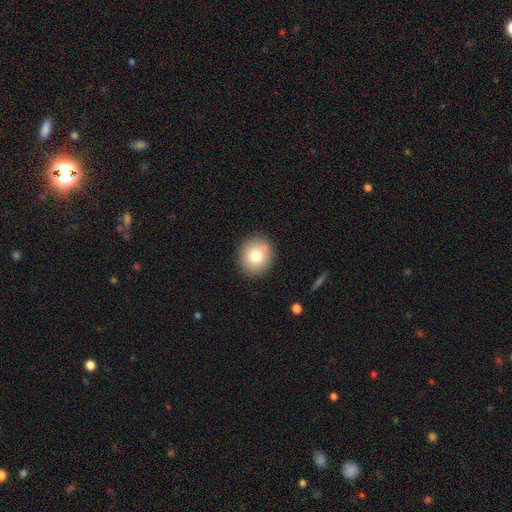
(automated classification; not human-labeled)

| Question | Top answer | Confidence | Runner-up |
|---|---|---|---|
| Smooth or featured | smooth | 76% | featured or disk (14%) |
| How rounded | round | 83% | in between (17%) |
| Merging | none | 82% | minor disturbance (9%) |